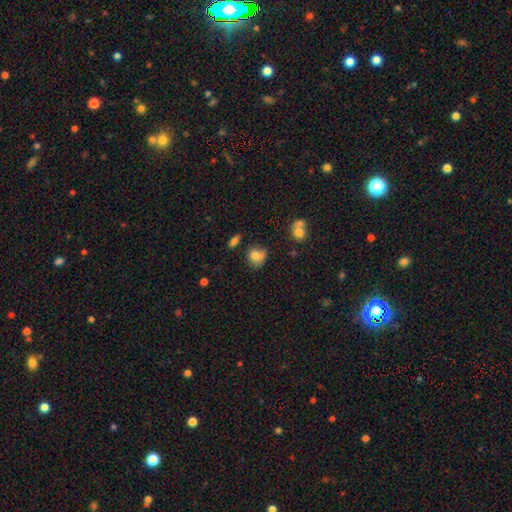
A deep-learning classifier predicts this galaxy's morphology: Smooth or featured: smooth — 77% (star or artifact — 11%)
How rounded: round — 64% (in between — 35%)
Merging: none — 49% (minor disturbance — 29%)